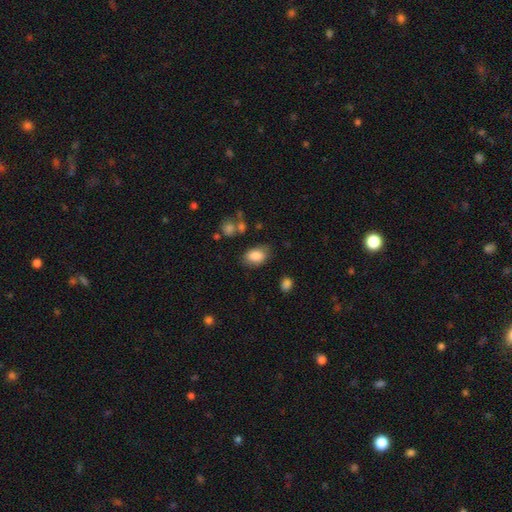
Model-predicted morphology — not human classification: A smooth galaxy with no disk features (84%) that is in between round and cigar-shaped (86%).

Vote fractions:
- Smooth or featured? smooth: 84% / featured or disk: 8% / star or artifact: 8%
- How rounded? in between: 86% / round: 13% / cigar-shaped: 1%
- Merging? none: 74% / minor disturbance: 17% / major disturbance: 5% / merger: 4%